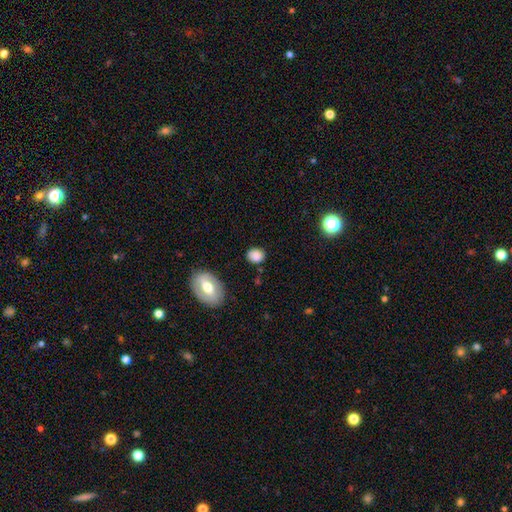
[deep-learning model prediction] This appears to be a smooth galaxy with no disk features (83%) that is round (55%). Merging: none (80%).